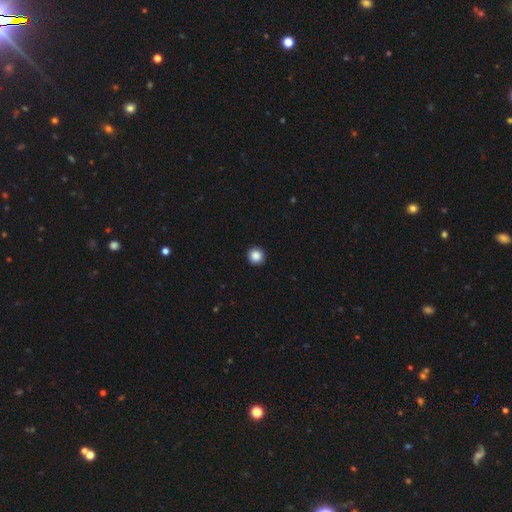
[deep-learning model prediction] Q: Smooth or featured?
A: smooth (88%); runner-up: star or artifact (9%)
Q: How rounded?
A: round (91%); runner-up: in between (8%)
Q: Merging?
A: none (92%); runner-up: minor disturbance (6%)